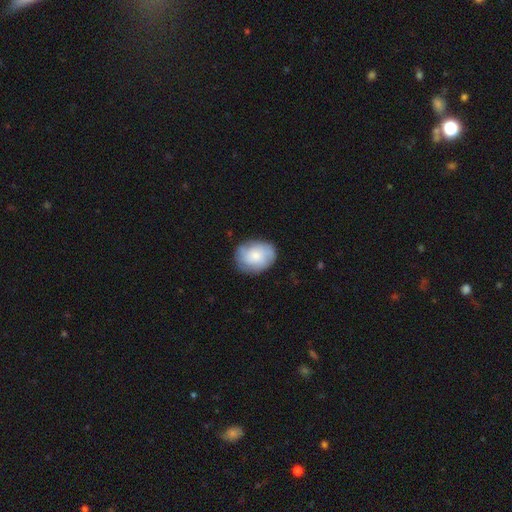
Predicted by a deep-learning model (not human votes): Morphology: type=smooth (64%); roundness=in between (59%); merging=none (74%).